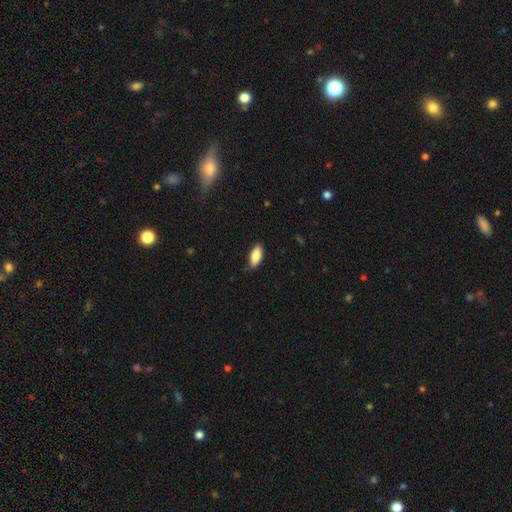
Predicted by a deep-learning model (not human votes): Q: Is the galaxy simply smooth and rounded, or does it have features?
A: smooth — 87%.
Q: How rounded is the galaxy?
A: in between — 85%.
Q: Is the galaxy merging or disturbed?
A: none — 82%.